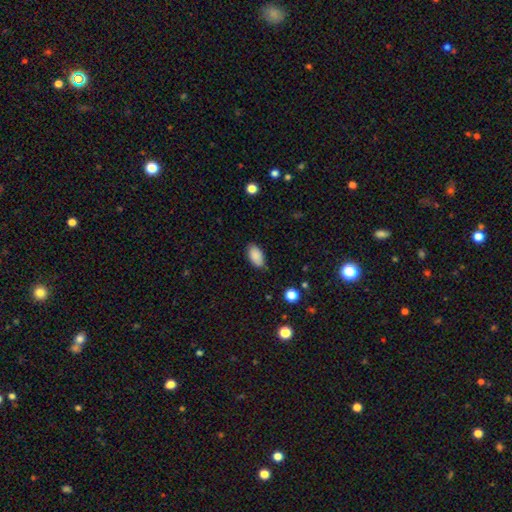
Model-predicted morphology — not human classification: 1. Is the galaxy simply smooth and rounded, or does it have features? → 88% smooth, 7% star or artifact, 5% featured or disk.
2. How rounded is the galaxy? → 94% in between, 4% round, 3% cigar-shaped.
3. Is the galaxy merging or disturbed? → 79% none, 16% minor disturbance, 3% major disturbance, 1% merger.